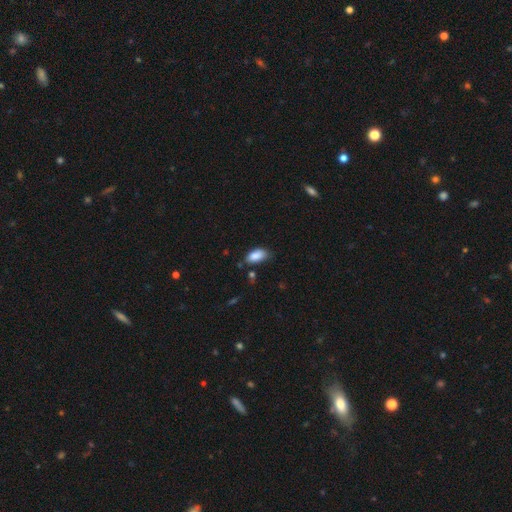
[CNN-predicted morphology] Smooth or featured? smooth (87%)
How rounded? in between (93%)
Merging? none (67%)